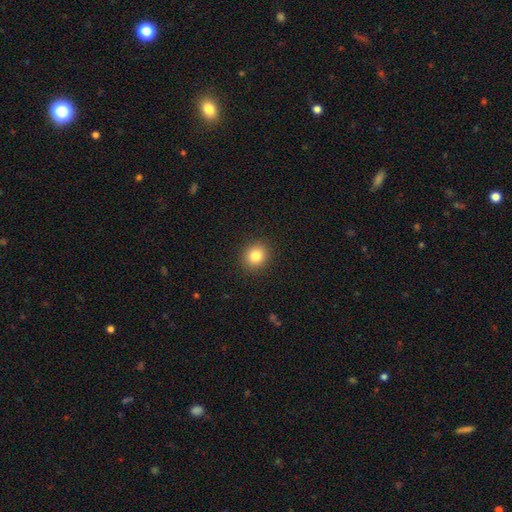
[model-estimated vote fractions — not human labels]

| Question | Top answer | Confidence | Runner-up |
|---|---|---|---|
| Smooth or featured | smooth | 83% | star or artifact (11%) |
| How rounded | round | 87% | in between (12%) |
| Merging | none | 92% | minor disturbance (6%) |